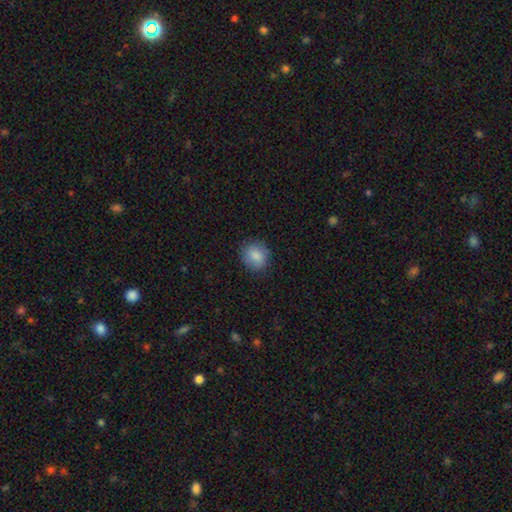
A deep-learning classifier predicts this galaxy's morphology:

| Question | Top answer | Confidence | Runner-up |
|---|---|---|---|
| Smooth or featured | smooth | 86% | star or artifact (8%) |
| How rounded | round | 76% | in between (23%) |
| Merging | none | 85% | minor disturbance (11%) |